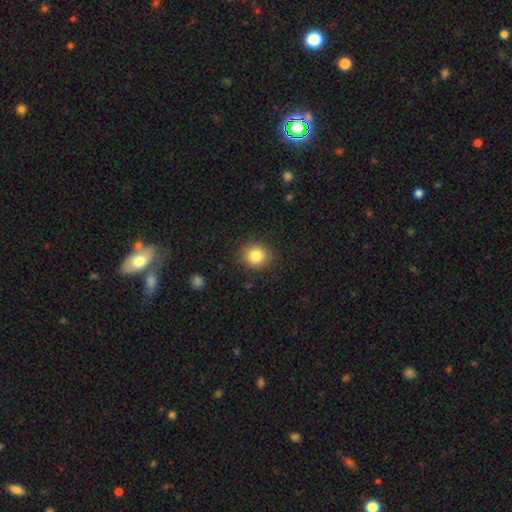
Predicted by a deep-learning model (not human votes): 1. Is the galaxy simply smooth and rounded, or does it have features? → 83% smooth, 10% star or artifact, 7% featured or disk.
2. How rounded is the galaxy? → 81% round, 18% in between, 1% cigar-shaped.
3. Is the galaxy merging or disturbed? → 88% none, 9% minor disturbance, 3% major disturbance, 1% merger.